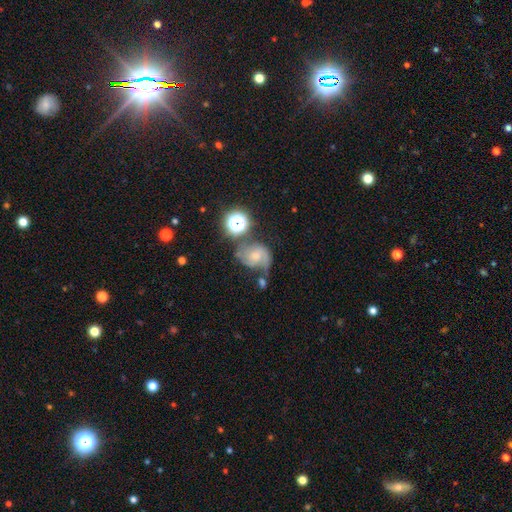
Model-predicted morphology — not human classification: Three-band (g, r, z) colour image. It shows a featured or disk galaxy (66%) with no bar (62%), 2 (72%) medium (49%) spiral arms (92%) and a small central bulge (41%). Merging: none (44%).